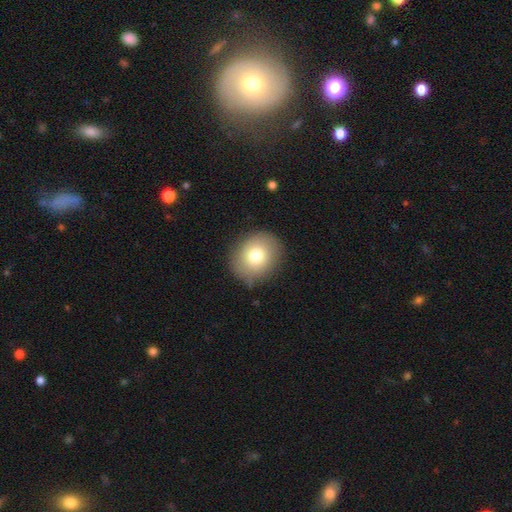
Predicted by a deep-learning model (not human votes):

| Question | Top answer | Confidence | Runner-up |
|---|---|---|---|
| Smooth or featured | smooth | 76% | featured or disk (14%) |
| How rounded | round | 71% | in between (28%) |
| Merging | none | 82% | minor disturbance (13%) |